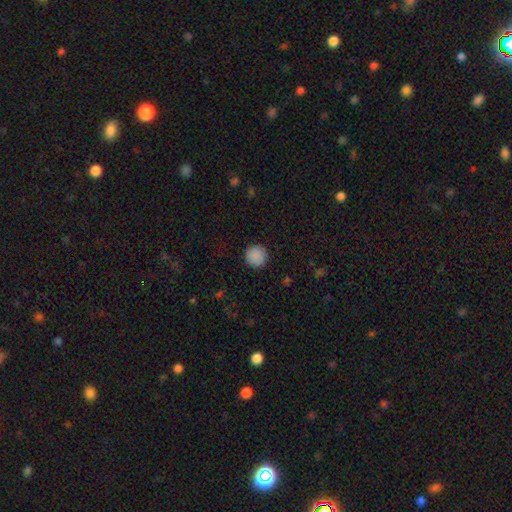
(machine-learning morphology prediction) Smooth or featured? Predicted: smooth (p=0.89). How rounded? Predicted: round (p=0.94). Merging? Predicted: none (p=0.90).